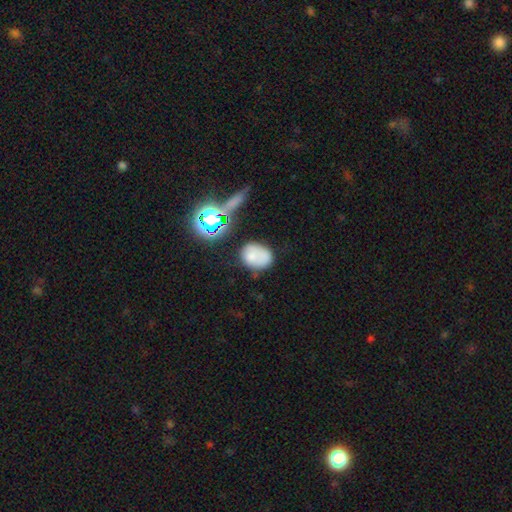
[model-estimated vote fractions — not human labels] This is likely a smooth galaxy (70%). How rounded: likely in between (65%). Merging: possibly none (55%).